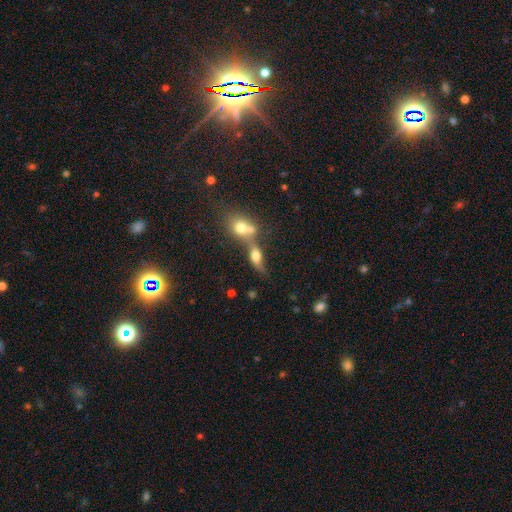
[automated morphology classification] type=smooth (50%); merging=merger (46%).